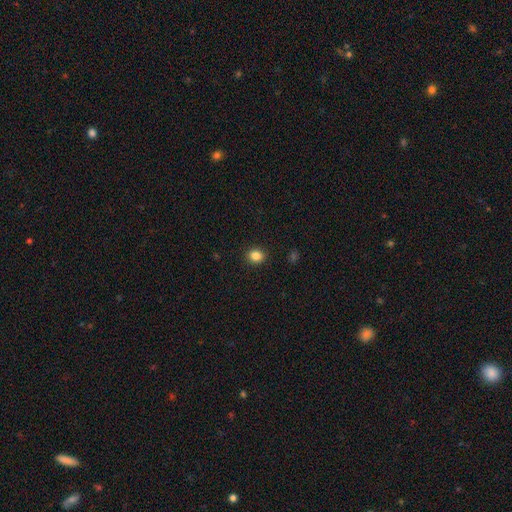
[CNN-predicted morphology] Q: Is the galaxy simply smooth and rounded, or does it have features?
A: smooth — 84%.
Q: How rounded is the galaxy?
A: round — 76%.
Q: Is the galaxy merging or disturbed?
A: none — 92%.